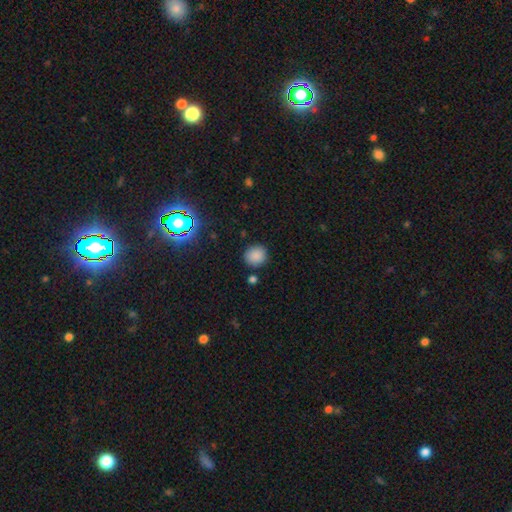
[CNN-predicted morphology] smooth 84%, star or artifact 12%, featured or disk 4%. Down the decision tree: how rounded — round (89%); merging — none (86%).